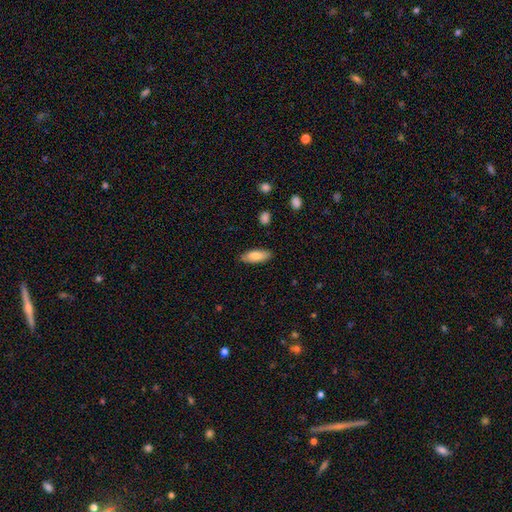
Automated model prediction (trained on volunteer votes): Smooth or featured: smooth — 81% (featured or disk — 13%)
How rounded: in between — 73% (cigar-shaped — 26%)
Merging: none — 85% (minor disturbance — 12%)